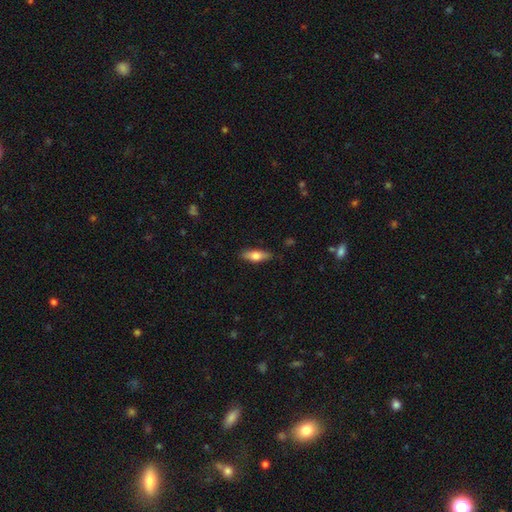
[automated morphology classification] smooth 68%, featured or disk 26%, star or artifact 6%. Down the decision tree: how rounded — in between (62%); merging — none (83%).